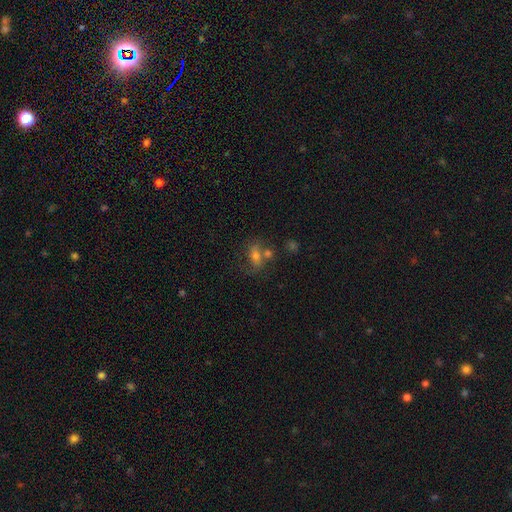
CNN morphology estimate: This appears to be a smooth galaxy with no disk features (53%) that is in between round and cigar-shaped (71%). Merging: none (48%).